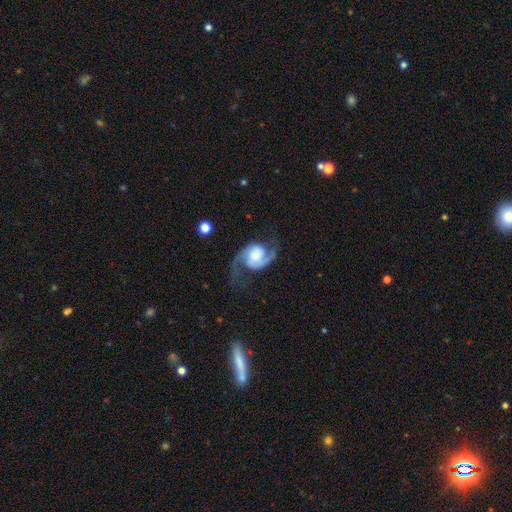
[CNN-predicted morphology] Smooth or featured: featured or disk — 87% (smooth — 7%)
Edge-on disk: no — 98% (yes — 2%)
Bar: no — 65% (weak — 27%)
Spiral arms: yes — 97% (no — 3%)
Spiral winding: loose — 45% (medium — 43%)
Spiral arm count: 2 — 93% (1 — 2%)
Bulge size: moderate — 27% (small — 26%)
Merging: none — 67% (minor disturbance — 17%)